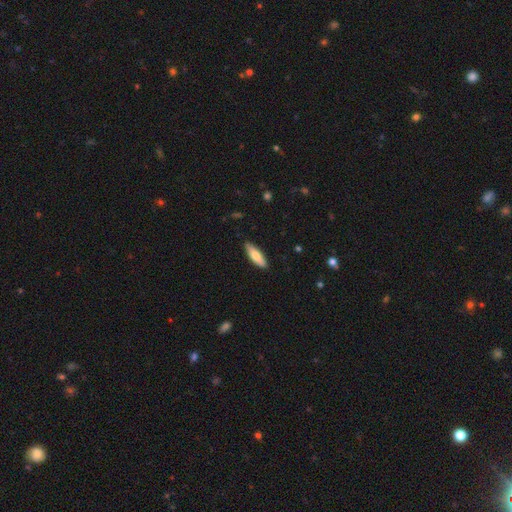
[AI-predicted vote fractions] smooth 71%, featured or disk 24%, star or artifact 5%. Down the decision tree: how rounded — cigar-shaped (56%); merging — none (88%).